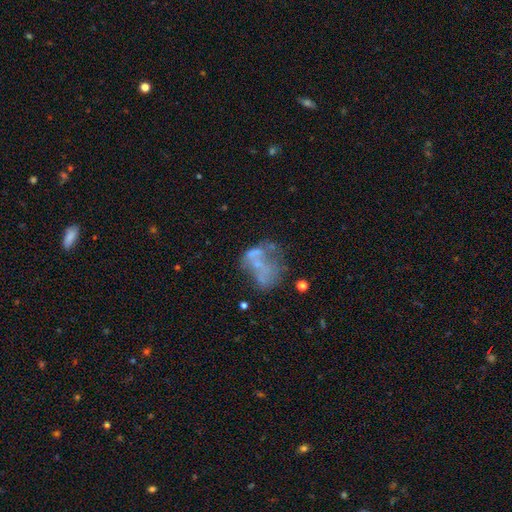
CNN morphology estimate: featured or disk 53%, smooth 32%, star or artifact 14%. Down the decision tree: edge-on disk — no (98%); bar — no (91%); spiral arms — no (92%); bulge size — none (69%); merging — major disturbance (29%).